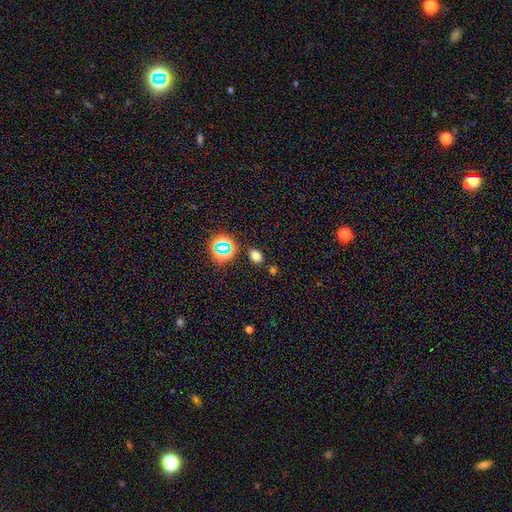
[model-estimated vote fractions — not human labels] Smooth or featured? smooth (70%)
How rounded? in between (73%)
Merging? none (81%)